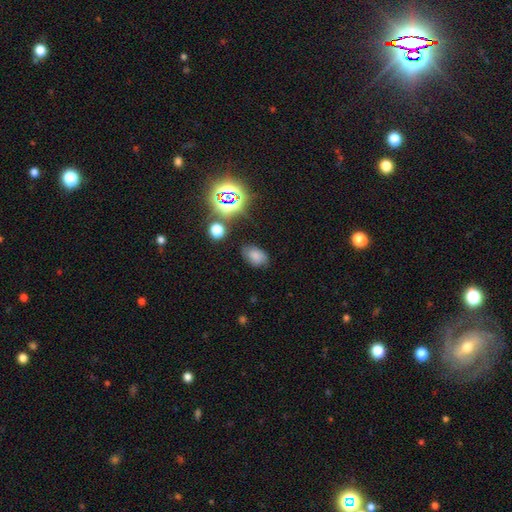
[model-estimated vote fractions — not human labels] A smooth galaxy with no disk features (65%) that is in between round and cigar-shaped (84%).

Vote fractions:
- Smooth or featured? smooth: 65% / star or artifact: 20% / featured or disk: 14%
- How rounded? in between: 84% / round: 15% / cigar-shaped: 1%
- Merging? none: 73% / minor disturbance: 19% / major disturbance: 6% / merger: 3%